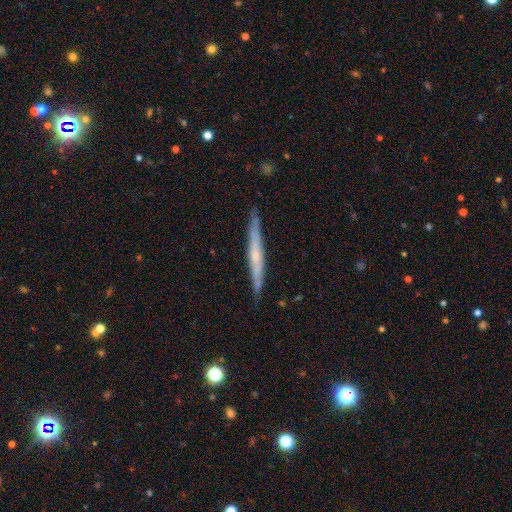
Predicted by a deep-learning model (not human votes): Smooth or featured? Predicted: featured or disk (p=0.59). Edge-on disk? Predicted: yes (p=0.96). Edge-on bulge? Predicted: none (p=0.56). Merging? Predicted: none (p=0.88).